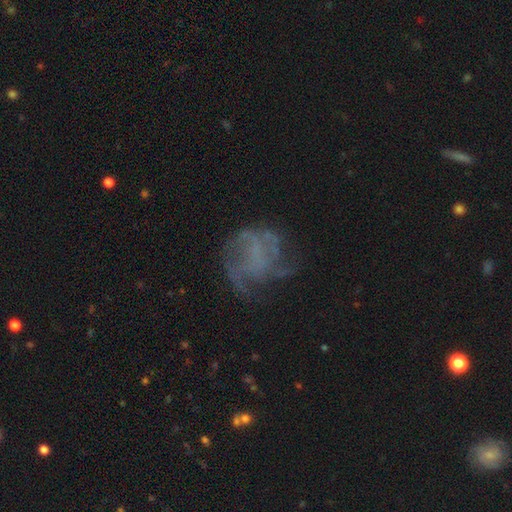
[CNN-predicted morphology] Smooth or featured: featured or disk — 64% (smooth — 19%)
Edge-on disk: no — 98% (yes — 2%)
Bar: no — 75% (weak — 20%)
Spiral arms: yes — 68% (no — 32%)
Bulge size: none — 75% (small — 14%)
Merging: none — 55% (major disturbance — 24%)